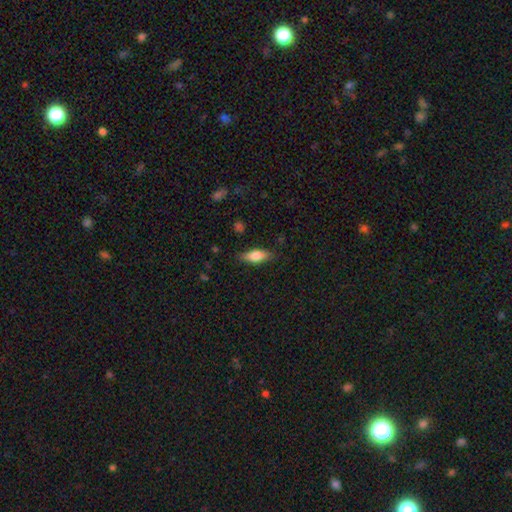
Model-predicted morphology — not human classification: Smooth or featured? Predicted: smooth (p=0.75). How rounded? Predicted: in between (p=0.70). Merging? Predicted: none (p=0.82).